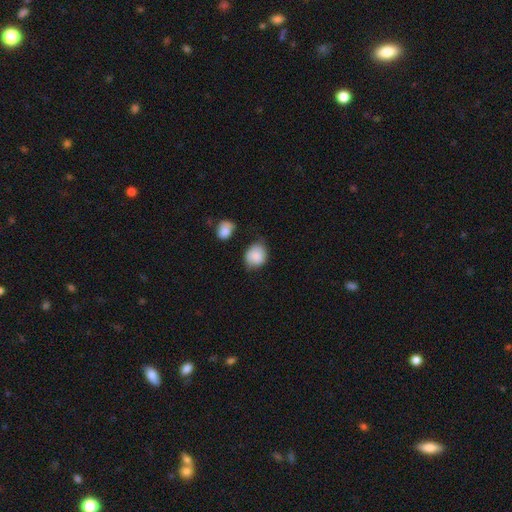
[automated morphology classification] type=smooth (85%); roundness=round (68%); merging=none (62%).